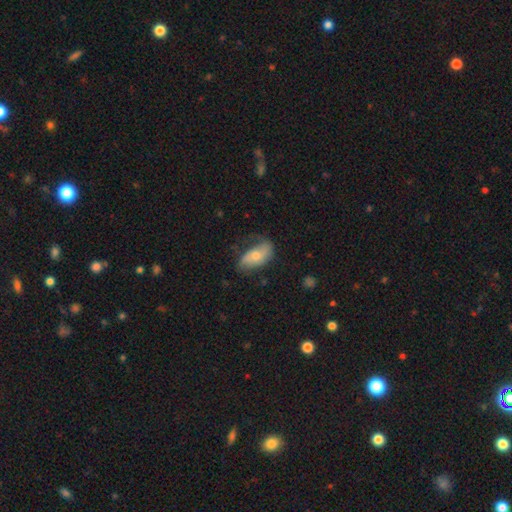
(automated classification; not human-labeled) smooth-or-featured: smooth: 50% | featured or disk: 42% | star or artifact: 8%
  how-rounded: in between: 89% | cigar-shaped: 6% | round: 5%
  merging: none: 55% | minor disturbance: 29% | major disturbance: 14% | merger: 2%